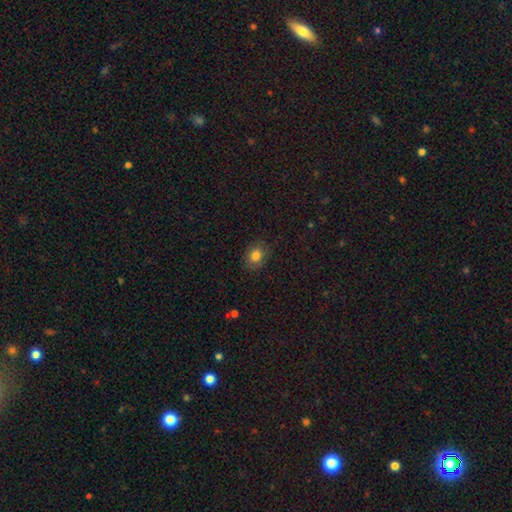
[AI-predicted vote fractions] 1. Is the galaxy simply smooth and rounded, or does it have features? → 80% smooth, 11% star or artifact, 10% featured or disk.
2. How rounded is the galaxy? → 50% round, 49% in between, 1% cigar-shaped.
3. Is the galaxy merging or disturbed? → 81% none, 14% minor disturbance, 4% major disturbance, 1% merger.